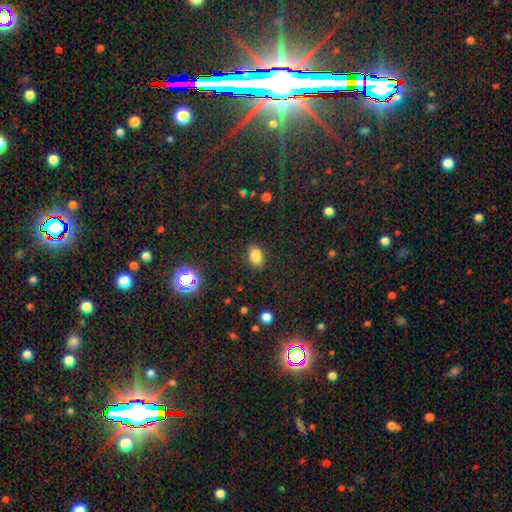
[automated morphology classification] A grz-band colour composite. It shows a smooth galaxy with no disk features (82%) that is in between round and cigar-shaped (82%). Merging: none (84%).